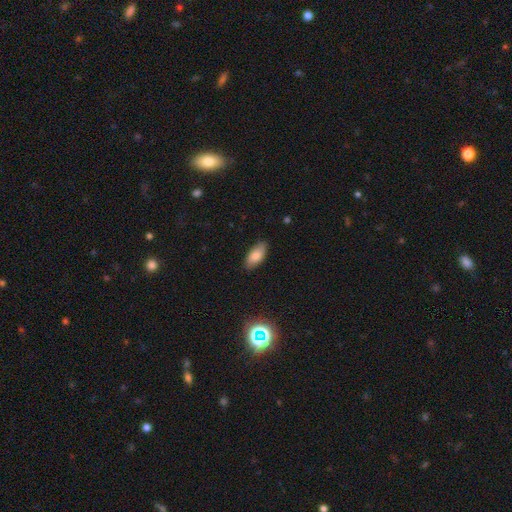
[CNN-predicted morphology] Smooth or featured: smooth — 81% (featured or disk — 11%)
How rounded: in between — 89% (cigar-shaped — 9%)
Merging: none — 85% (minor disturbance — 12%)